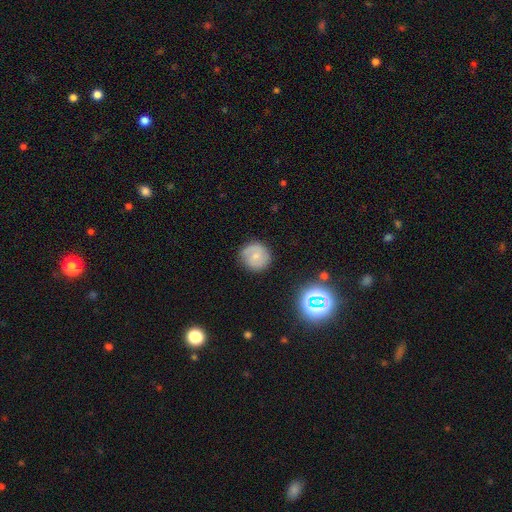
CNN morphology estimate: smooth_or_featured: smooth (p=0.49) [alt: featured or disk p=0.40]
merging: none (p=0.81) [alt: minor disturbance p=0.13]